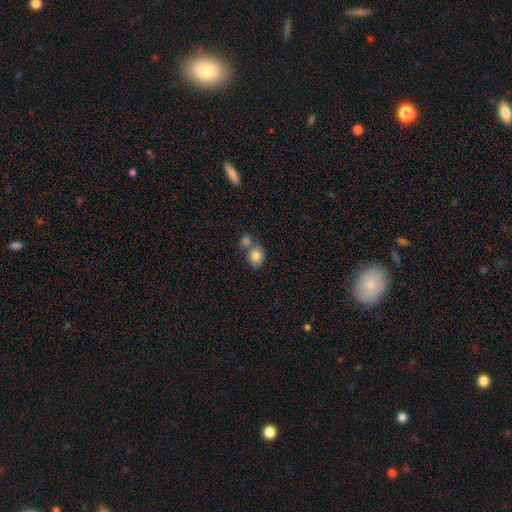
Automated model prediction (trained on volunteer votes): Smooth or featured?
  - smooth: 81% *
  - featured or disk: 11%
  - star or artifact: 8%
How rounded?
  - round: 61% *
  - in between: 38%
  - cigar-shaped: 1%
Merging?
  - none: 50% *
  - merger: 36%
  - minor disturbance: 11%
  - major disturbance: 4%